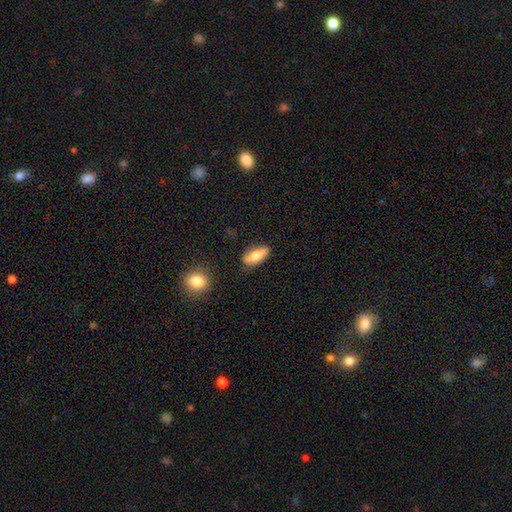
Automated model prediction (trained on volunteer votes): smooth 73%, featured or disk 21%, star or artifact 6%. Down the decision tree: how rounded — in between (70%); merging — none (77%).